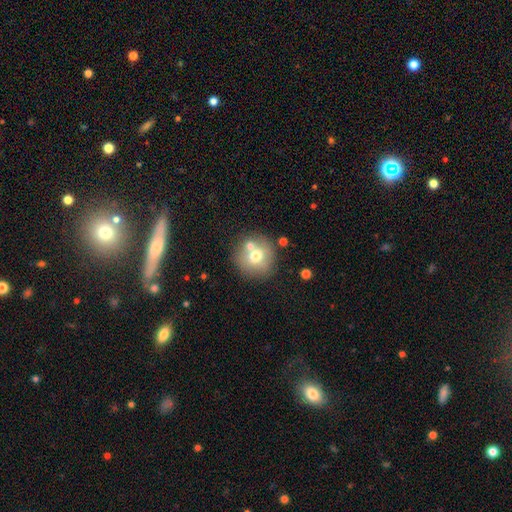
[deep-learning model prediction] A smooth galaxy with no disk features (66%) that is round (90%). Merging: none (66%).